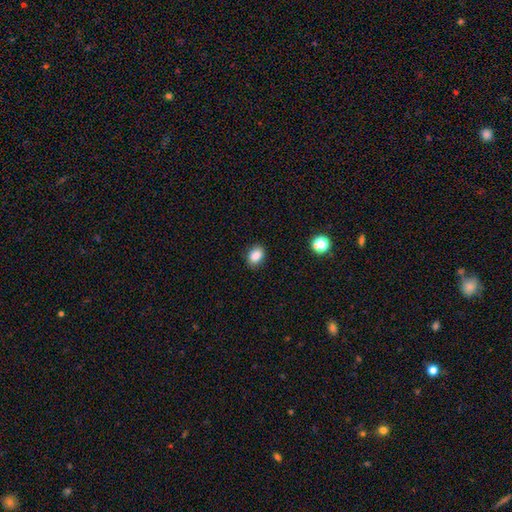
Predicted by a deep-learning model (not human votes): Smooth or featured? Predicted: smooth (p=0.87). How rounded? Predicted: in between (p=0.74). Merging? Predicted: none (p=0.86).